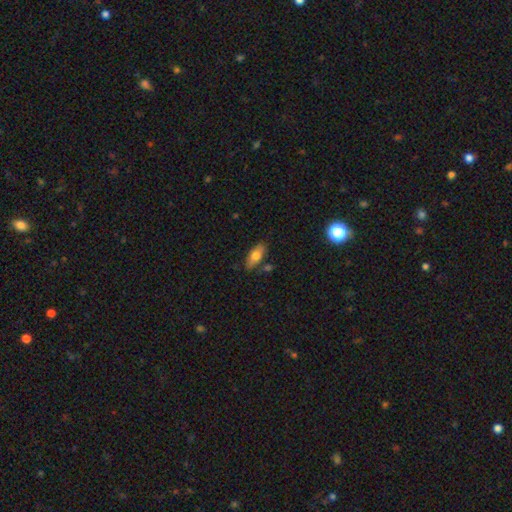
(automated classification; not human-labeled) Smooth or featured? smooth (71%)
How rounded? in between (79%)
Merging? none (78%)